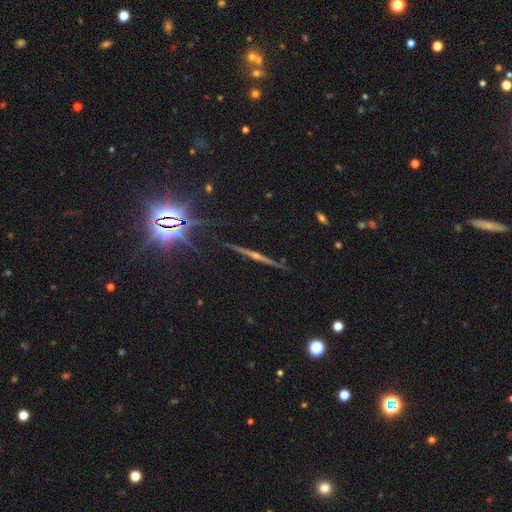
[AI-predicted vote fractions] A featured or disk galaxy (55%) viewed edge-on (93%) with a rounded central bulge (72%). Merging: none (84%).